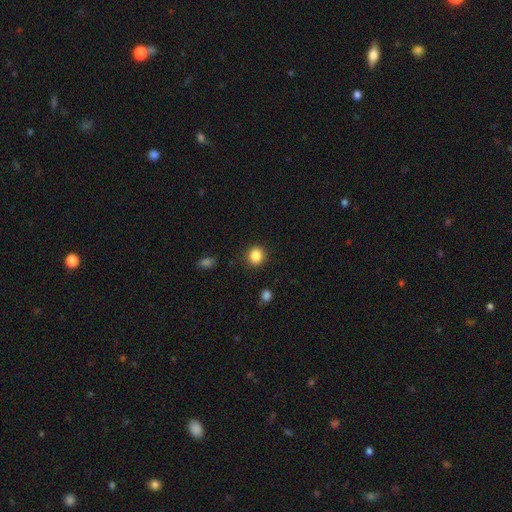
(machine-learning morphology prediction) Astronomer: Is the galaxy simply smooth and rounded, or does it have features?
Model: smooth — 86%.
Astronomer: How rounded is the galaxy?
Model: round — 82%.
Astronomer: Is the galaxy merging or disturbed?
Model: none — 89%.